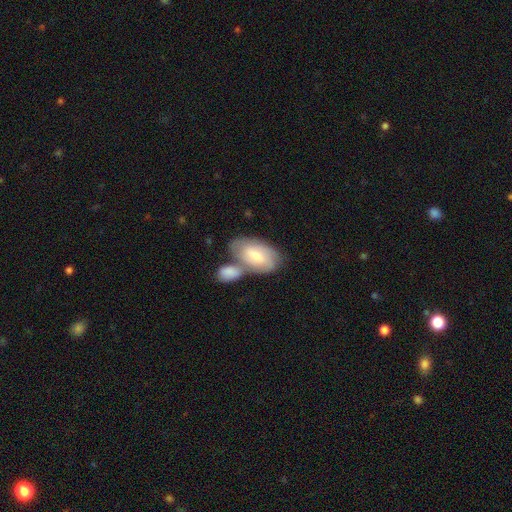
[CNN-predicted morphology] The model was most divided on "merging": merger: 43%, none: 37%, minor disturbance: 14%, major disturbance: 6%. More confident: how rounded — in between (92%); smooth or featured — smooth (60%).